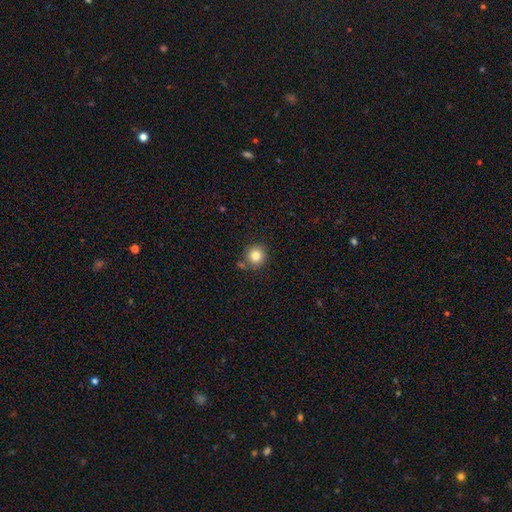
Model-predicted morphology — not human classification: A smooth galaxy with no disk features (82%) that is round (93%).

Vote fractions:
- Smooth or featured? smooth: 82% / star or artifact: 11% / featured or disk: 7%
- How rounded? round: 93% / in between: 6% / cigar-shaped: 1%
- Merging? none: 78% / minor disturbance: 11% / merger: 8% / major disturbance: 3%